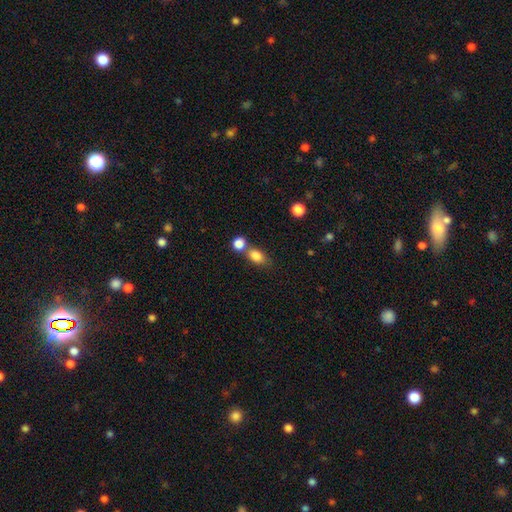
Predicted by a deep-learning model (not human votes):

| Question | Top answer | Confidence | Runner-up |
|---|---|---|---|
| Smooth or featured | smooth | 83% | star or artifact (9%) |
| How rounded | in between | 74% | round (24%) |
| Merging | none | 44% | merger (40%) |